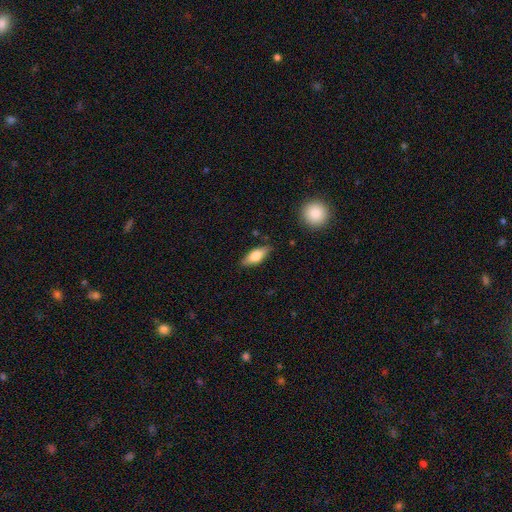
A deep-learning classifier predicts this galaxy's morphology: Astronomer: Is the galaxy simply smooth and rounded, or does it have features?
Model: smooth — 67%.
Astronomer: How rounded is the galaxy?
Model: in between — 73%.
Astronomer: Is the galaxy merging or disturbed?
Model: none — 82%.